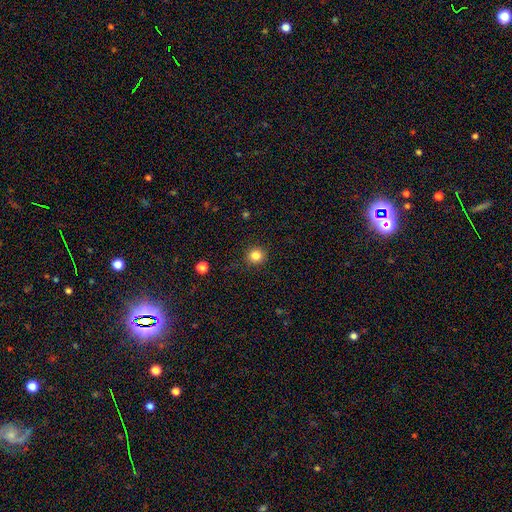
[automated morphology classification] type=smooth (84%); roundness=round (93%); merging=none (90%).